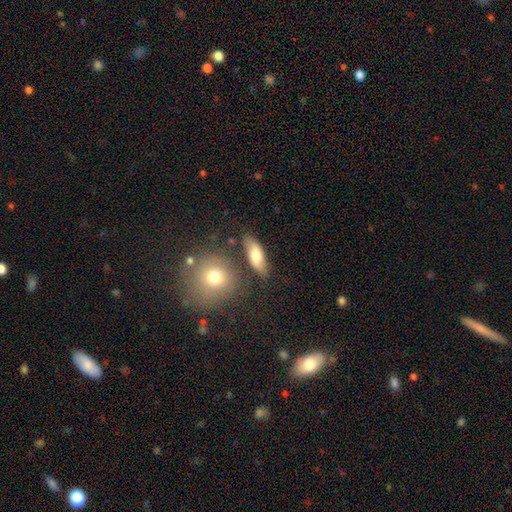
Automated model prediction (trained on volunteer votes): Smooth or featured: smooth — 70% (featured or disk — 22%)
How rounded: in between — 73% (cigar-shaped — 21%)
Merging: none — 73% (minor disturbance — 14%)